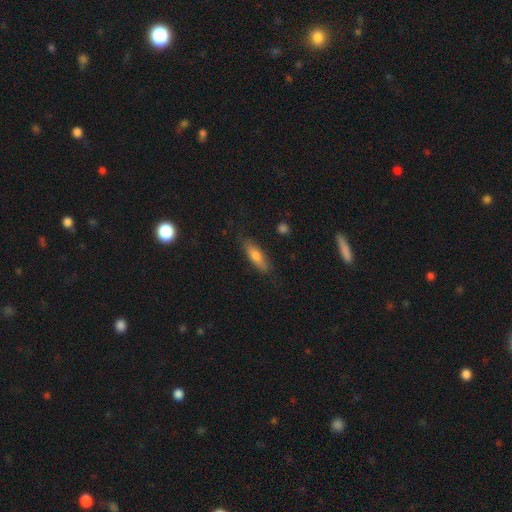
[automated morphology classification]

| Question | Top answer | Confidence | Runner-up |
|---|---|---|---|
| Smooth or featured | smooth | 66% | featured or disk (26%) |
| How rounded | cigar-shaped | 59% | in between (38%) |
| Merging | none | 82% | minor disturbance (14%) |